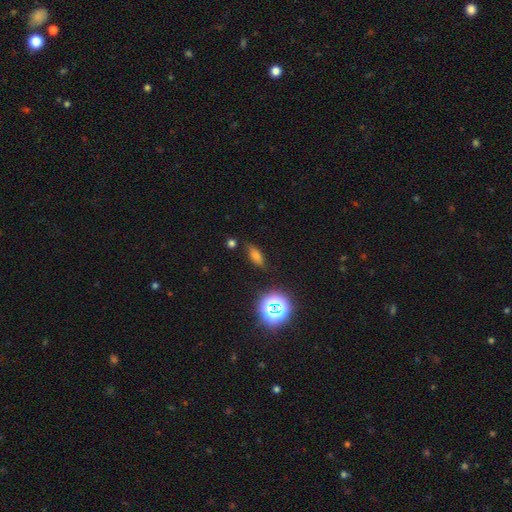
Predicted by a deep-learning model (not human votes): This is likely a smooth galaxy (63%). How rounded: likely in between (67%). Merging: likely none (77%).